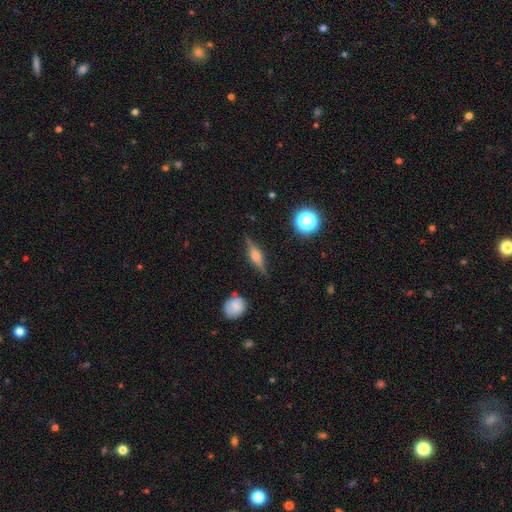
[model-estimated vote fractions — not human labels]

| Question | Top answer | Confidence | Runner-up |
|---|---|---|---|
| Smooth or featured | featured or disk | 64% | smooth (27%) |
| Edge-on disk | yes | 94% | no (6%) |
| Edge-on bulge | rounded | 85% | boxy (12%) |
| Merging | none | 82% | minor disturbance (13%) |